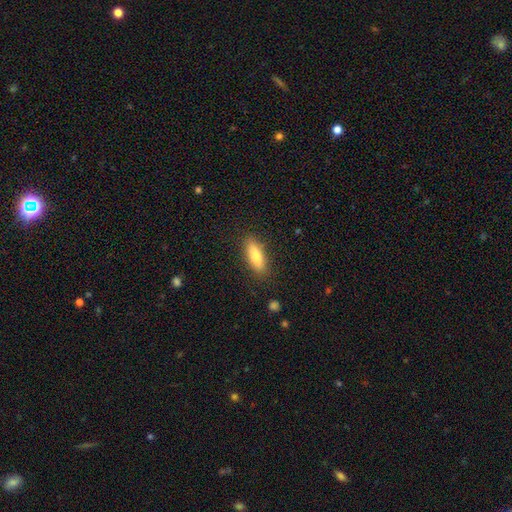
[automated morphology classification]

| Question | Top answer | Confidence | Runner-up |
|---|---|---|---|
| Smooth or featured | smooth | 80% | featured or disk (14%) |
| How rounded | in between | 55% | cigar-shaped (43%) |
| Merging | none | 86% | minor disturbance (10%) |